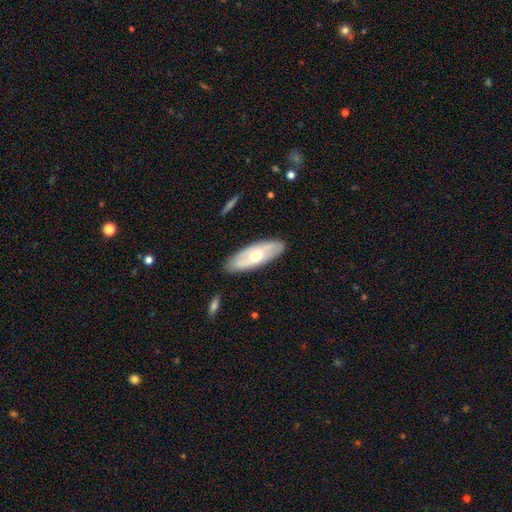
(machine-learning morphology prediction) Smooth or featured: featured or disk — 55% (smooth — 40%)
Edge-on disk: no — 74% (yes — 26%)
Merging: none — 85% (minor disturbance — 11%)